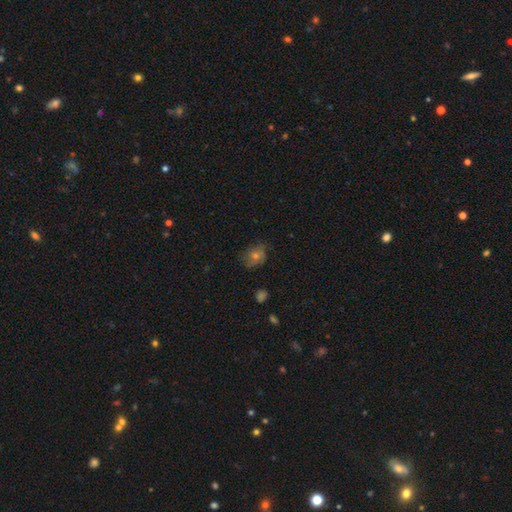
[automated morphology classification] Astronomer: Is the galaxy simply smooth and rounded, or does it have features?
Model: smooth — 50% (runner-up: featured or disk, 29%).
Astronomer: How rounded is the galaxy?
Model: round — 52% (runner-up: in between, 47%).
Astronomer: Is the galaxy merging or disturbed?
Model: none — 70%.